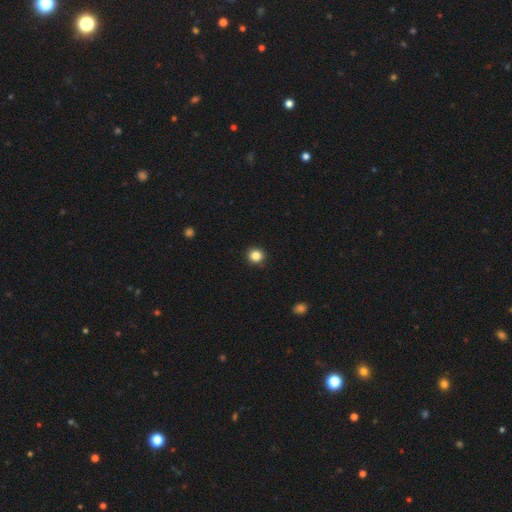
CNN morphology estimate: smooth-or-featured: smooth: 85% | star or artifact: 11% | featured or disk: 4%
  how-rounded: round: 92% | in between: 7% | cigar-shaped: 1%
  merging: none: 92% | minor disturbance: 5% | major disturbance: 2% | merger: 1%